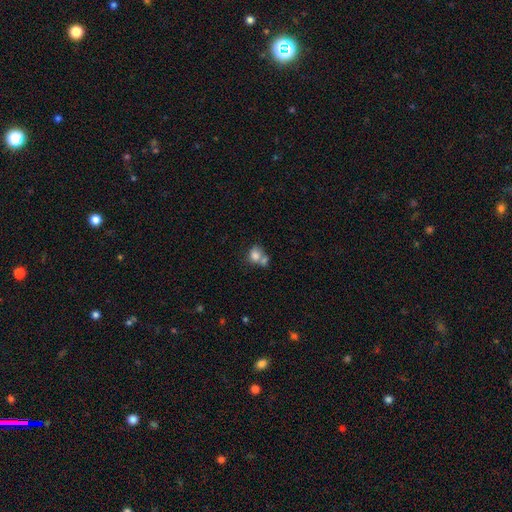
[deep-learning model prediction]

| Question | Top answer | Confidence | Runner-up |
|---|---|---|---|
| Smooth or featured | smooth | 76% | featured or disk (14%) |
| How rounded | round | 59% | in between (40%) |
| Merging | merger | 51% | none (31%) |